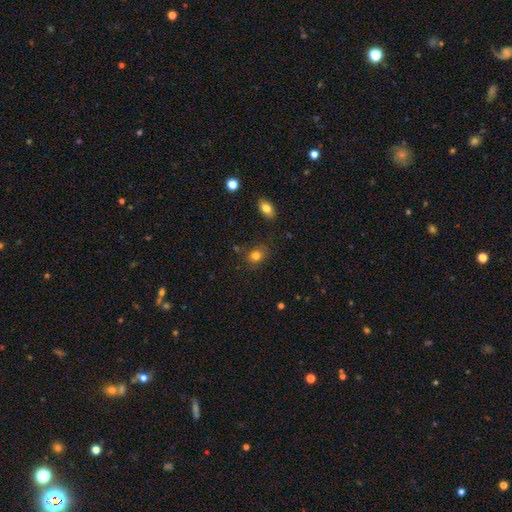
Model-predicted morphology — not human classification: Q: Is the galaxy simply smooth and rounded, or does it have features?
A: smooth — 81%.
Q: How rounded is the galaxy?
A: round — 50%.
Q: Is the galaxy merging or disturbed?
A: none — 76%.